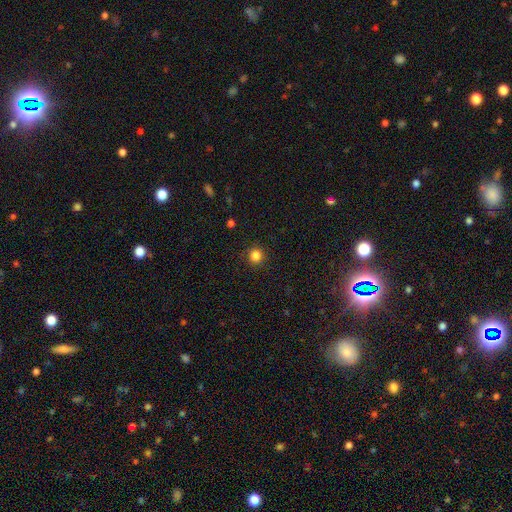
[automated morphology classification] The model was most divided on "smooth or featured": smooth: 84%, star or artifact: 12%, featured or disk: 4%. More confident: how rounded — round (92%); merging — none (90%).